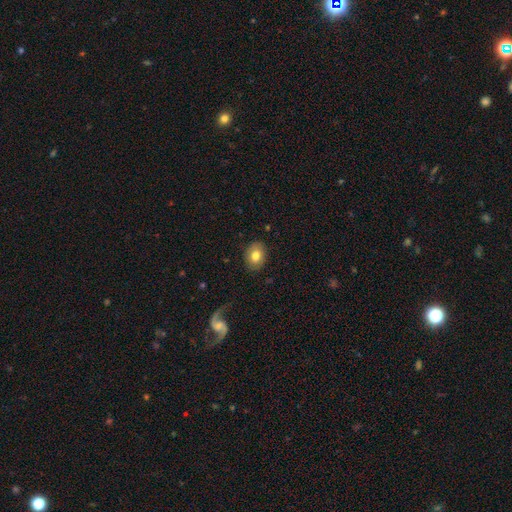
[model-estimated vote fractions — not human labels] Smooth or featured? smooth (77%)
How rounded? in between (65%)
Merging? none (86%)